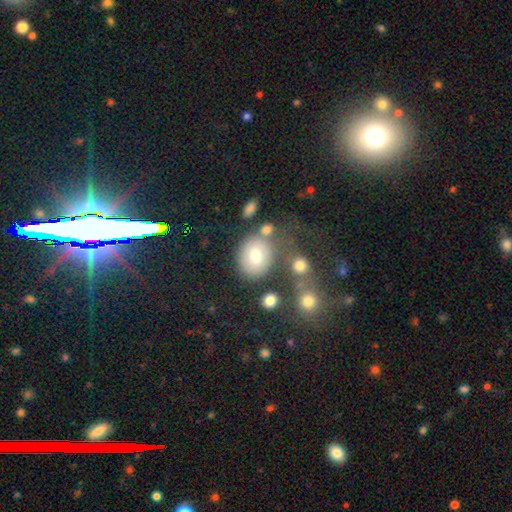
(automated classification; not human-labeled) The model was most divided on "how rounded": round: 52%, in between: 47%, cigar-shaped: 1%. More confident: smooth or featured — smooth (75%); merging — none (59%).